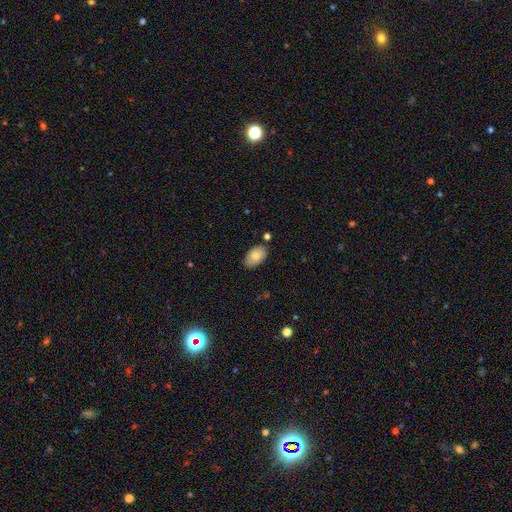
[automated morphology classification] Smooth or featured? smooth (84%)
How rounded? in between (92%)
Merging? none (77%)